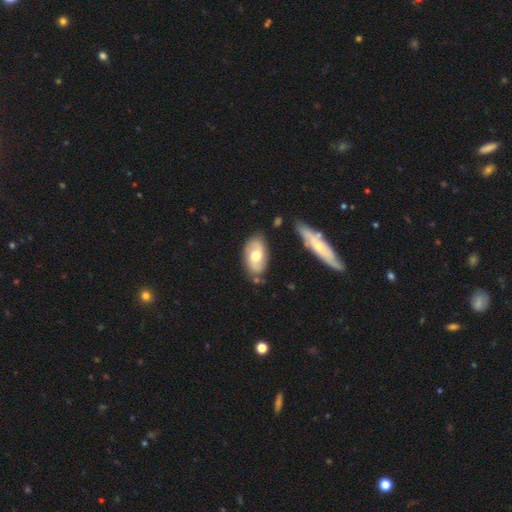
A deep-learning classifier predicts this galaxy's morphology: This is possibly a featured or disk galaxy (48%). Merging: likely none (76%).